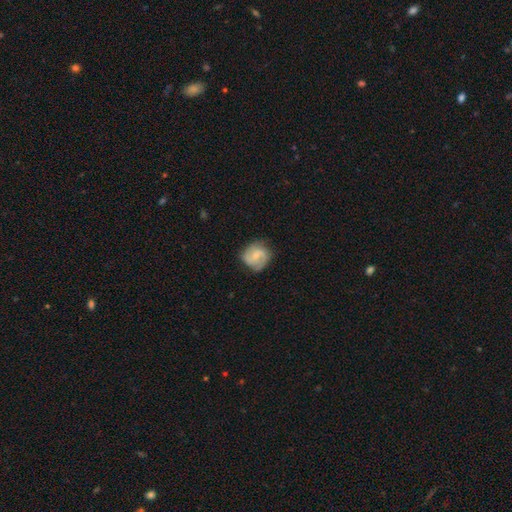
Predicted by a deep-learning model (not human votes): Smooth or featured? Predicted: featured or disk (p=0.62). Edge-on disk? Predicted: no (p=0.98). Bar? Predicted: no (p=0.47). Spiral arms? Predicted: yes (p=0.92). Spiral winding? Predicted: medium (p=0.47). Spiral arm count? Predicted: 2 (p=0.63). Bulge size? Predicted: small (p=0.54). Merging? Predicted: none (p=0.70).